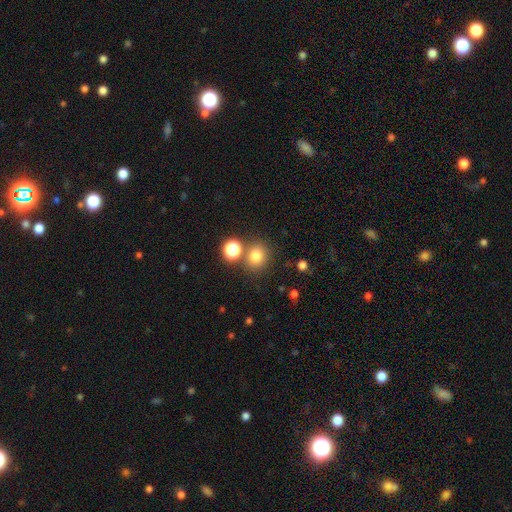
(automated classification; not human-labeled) smooth 77%, star or artifact 16%, featured or disk 6%. Down the decision tree: how rounded — round (82%); merging — none (77%).